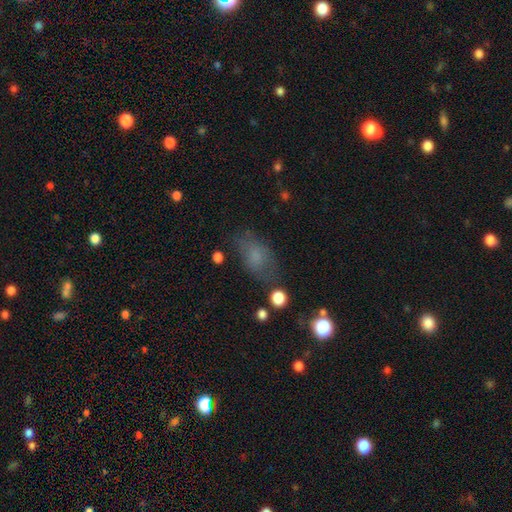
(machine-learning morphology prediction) This is likely a smooth galaxy (68%). How rounded: clearly in between (85%). Merging: likely none (65%).